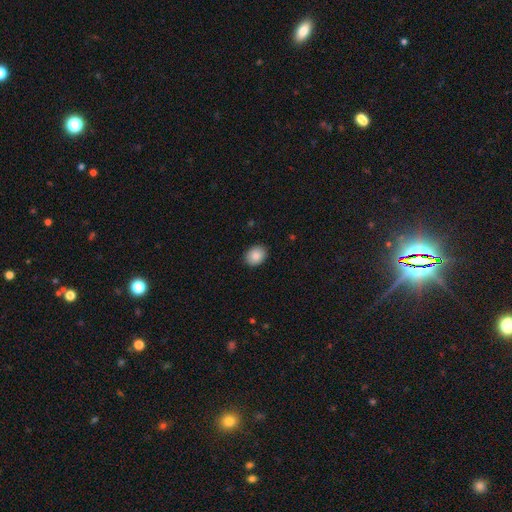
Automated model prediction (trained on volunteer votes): This is clearly a smooth galaxy (88%). How rounded: possibly in between (55%). Merging: clearly none (89%).